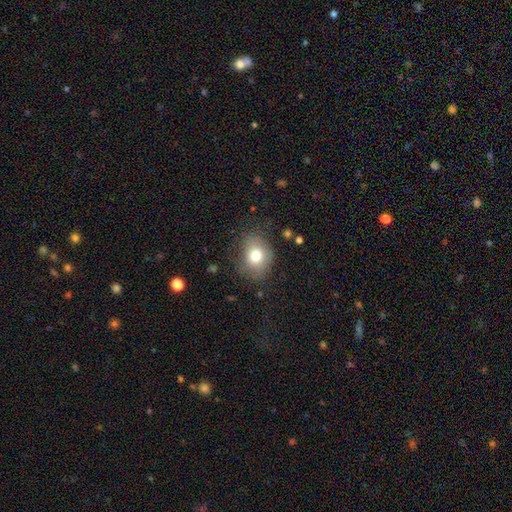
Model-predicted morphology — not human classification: The model was most divided on "how rounded": round: 53%, in between: 46%, cigar-shaped: 1%. More confident: smooth or featured — smooth (76%); merging — none (66%).